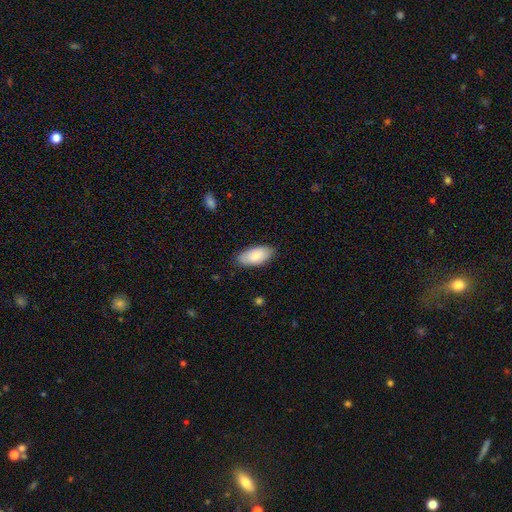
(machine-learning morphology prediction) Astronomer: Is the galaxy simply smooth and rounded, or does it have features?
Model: smooth — 85%.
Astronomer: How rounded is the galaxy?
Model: in between — 93%.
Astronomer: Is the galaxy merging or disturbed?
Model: none — 84%.